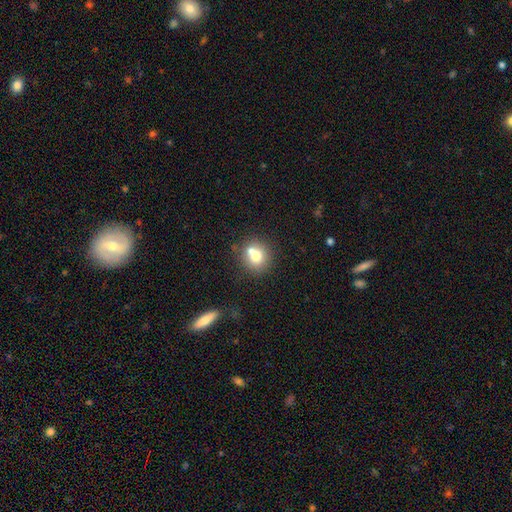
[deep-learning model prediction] A smooth galaxy with no disk features (70%) that is round (85%). Merging: none (54%).